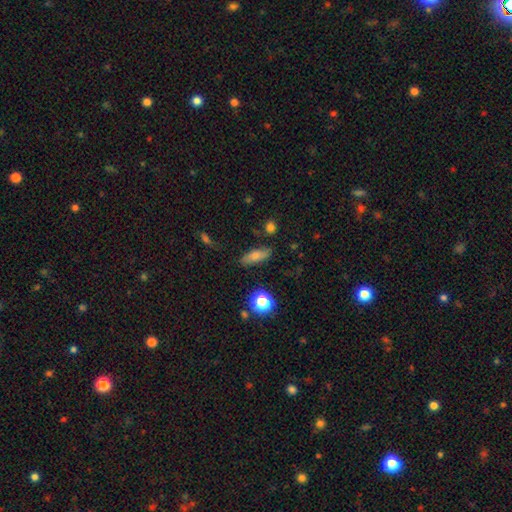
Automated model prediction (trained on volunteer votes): The model was most divided on "how rounded": in between: 60%, cigar-shaped: 34%, round: 6%. More confident: merging — none (80%); smooth or featured — smooth (71%).